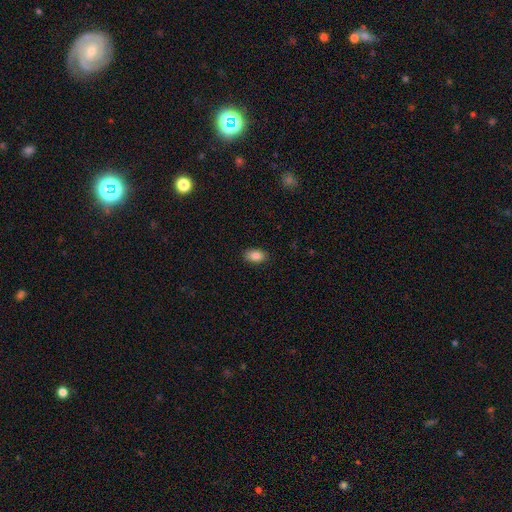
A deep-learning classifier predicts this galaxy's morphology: The model was most divided on "merging": none: 88%, minor disturbance: 9%, major disturbance: 2%, merger: 1%. More confident: how rounded — in between (91%); smooth or featured — smooth (87%).